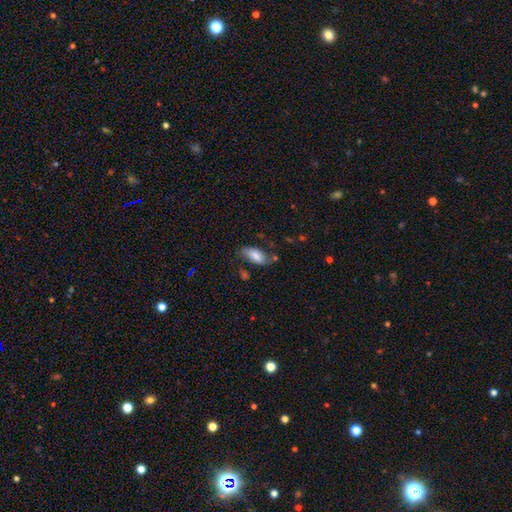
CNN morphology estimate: smooth-or-featured: smooth: 72% | featured or disk: 21% | star or artifact: 7%
  how-rounded: in between: 90% | cigar-shaped: 7% | round: 3%
  merging: none: 57% | minor disturbance: 26% | major disturbance: 11% | merger: 6%